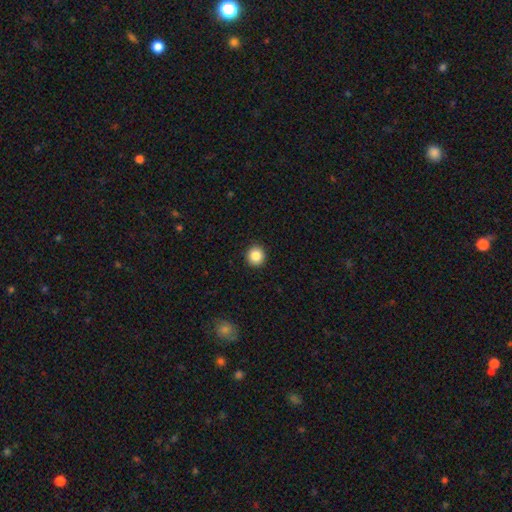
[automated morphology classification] The model was most divided on "smooth or featured": smooth: 86%, star or artifact: 10%, featured or disk: 4%. More confident: how rounded — round (93%); merging — none (93%).